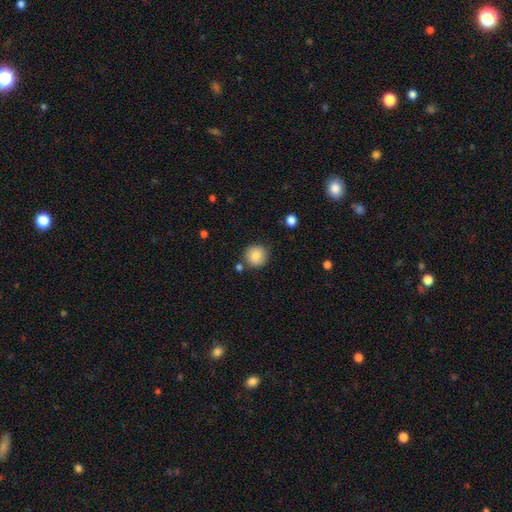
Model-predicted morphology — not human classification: type=smooth (85%); roundness=round (93%); merging=none (82%).